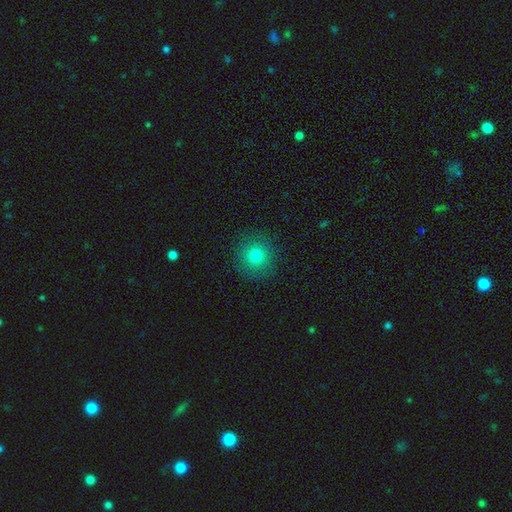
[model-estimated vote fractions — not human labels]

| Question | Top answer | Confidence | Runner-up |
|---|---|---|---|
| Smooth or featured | smooth | 79% | star or artifact (13%) |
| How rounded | round | 93% | in between (6%) |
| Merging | none | 89% | minor disturbance (7%) |